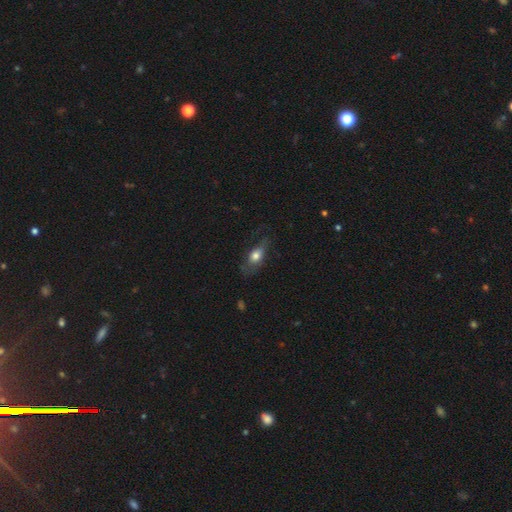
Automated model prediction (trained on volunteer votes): A smooth galaxy with no disk features (66%) that is in between round and cigar-shaped (74%). Merging: none (56%).